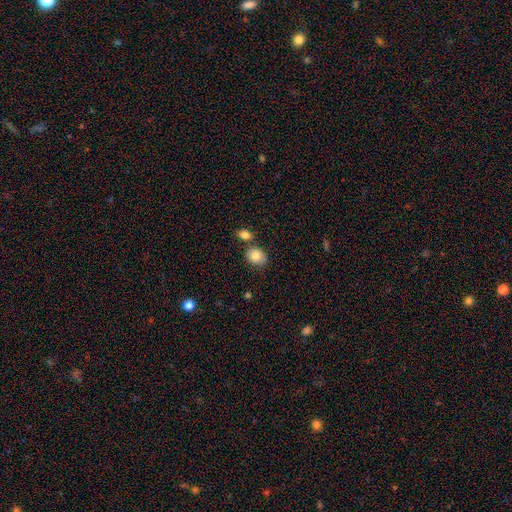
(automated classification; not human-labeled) Smooth or featured?
  - smooth: 83% *
  - featured or disk: 9%
  - star or artifact: 8%
How rounded?
  - in between: 59% *
  - round: 40%
  - cigar-shaped: 1%
Merging?
  - none: 68% *
  - merger: 16%
  - minor disturbance: 13%
  - major disturbance: 3%